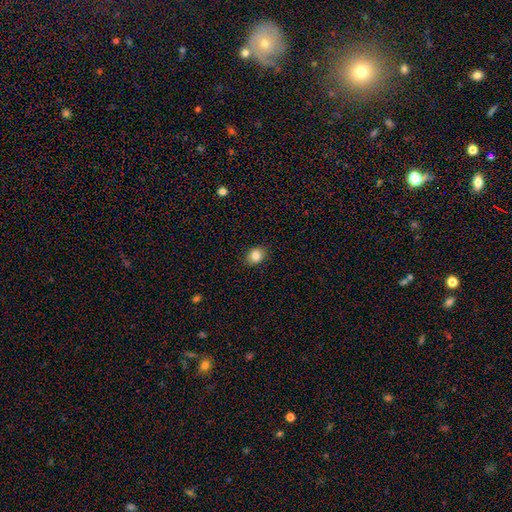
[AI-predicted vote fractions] smooth-or-featured: smooth: 84% | star or artifact: 10% | featured or disk: 6%
  how-rounded: round: 53% | in between: 46% | cigar-shaped: 1%
  merging: none: 88% | minor disturbance: 9% | major disturbance: 2% | merger: 1%